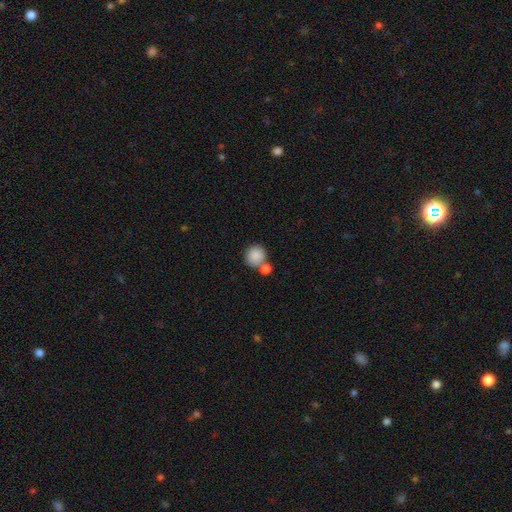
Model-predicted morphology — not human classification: This appears to be a smooth galaxy with no disk features (87%) that is round (90%). Merging: none (56%).